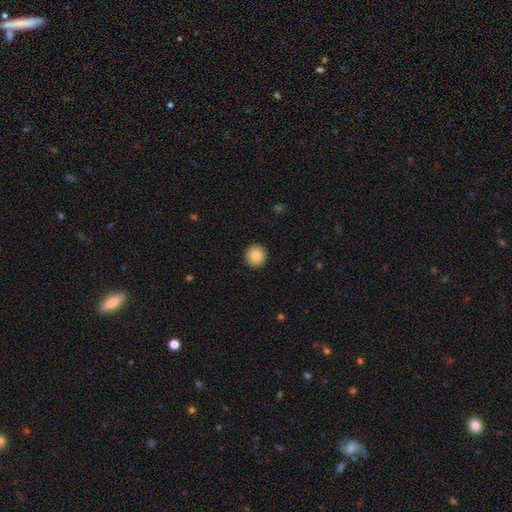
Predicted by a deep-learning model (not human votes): Smooth or featured? Predicted: smooth (p=0.83). How rounded? Predicted: round (p=0.96). Merging? Predicted: none (p=0.93).